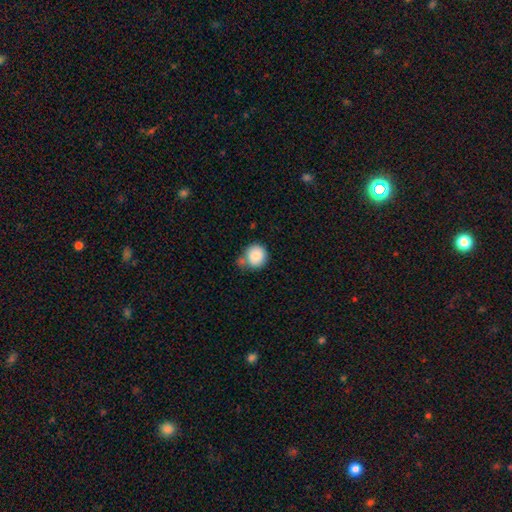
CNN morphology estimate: smooth 86%, star or artifact 8%, featured or disk 6%. Down the decision tree: how rounded — round (89%); merging — none (55%).